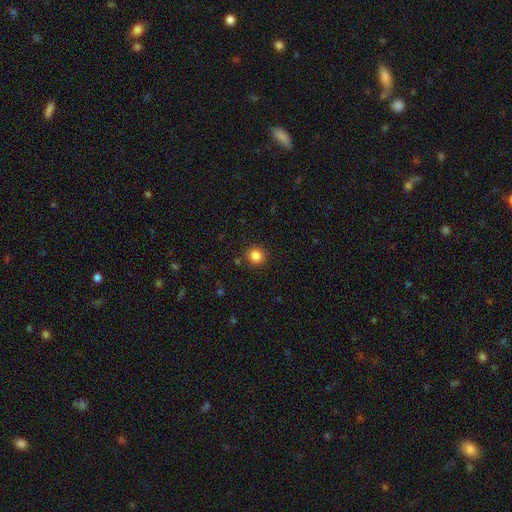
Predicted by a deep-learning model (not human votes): This appears to be a smooth galaxy with no disk features (85%) that is round (93%). Merging: none (89%).